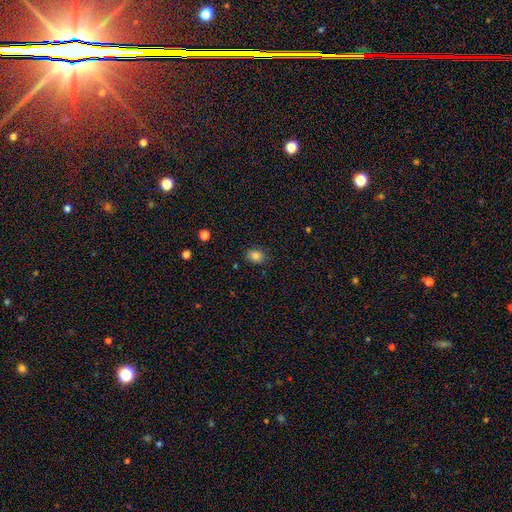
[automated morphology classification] The model was most divided on "how rounded": in between: 57%, round: 42%, cigar-shaped: 1%. More confident: smooth or featured — smooth (84%); merging — none (83%).